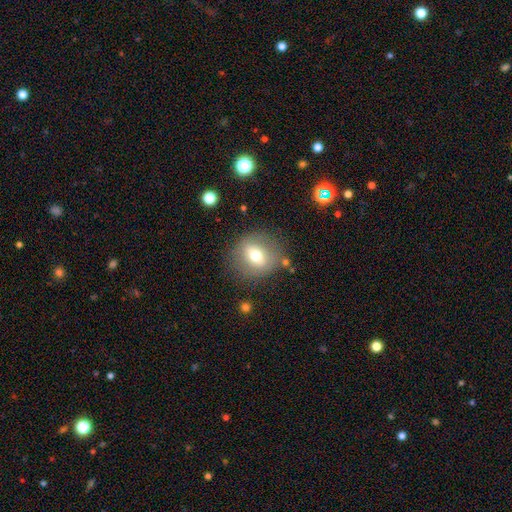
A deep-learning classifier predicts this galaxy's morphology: This is possibly a smooth galaxy (60%). How rounded: likely round (78%). Merging: likely none (77%).